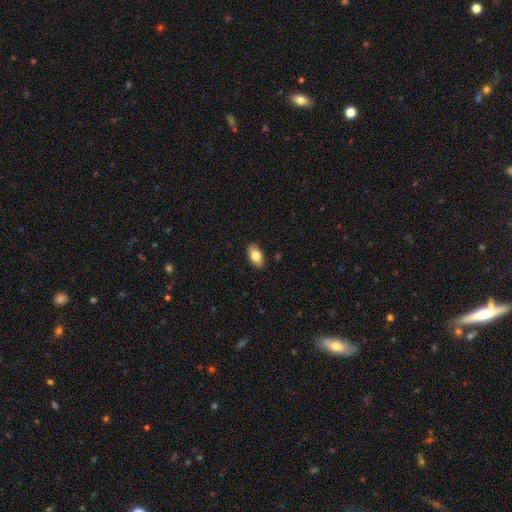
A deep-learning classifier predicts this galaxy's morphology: The model was most divided on "smooth or featured": smooth: 82%, featured or disk: 11%, star or artifact: 7%. More confident: how rounded — in between (93%); merging — none (89%).